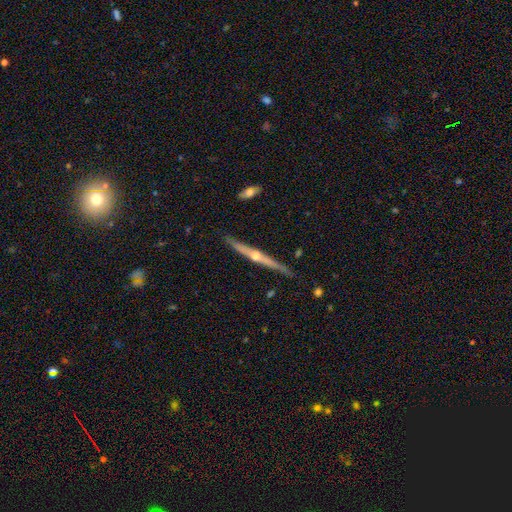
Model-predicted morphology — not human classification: Smooth or featured? Predicted: featured or disk (p=0.82). Edge-on disk? Predicted: yes (p=0.98). Edge-on bulge? Predicted: rounded (p=0.90). Merging? Predicted: none (p=0.88).